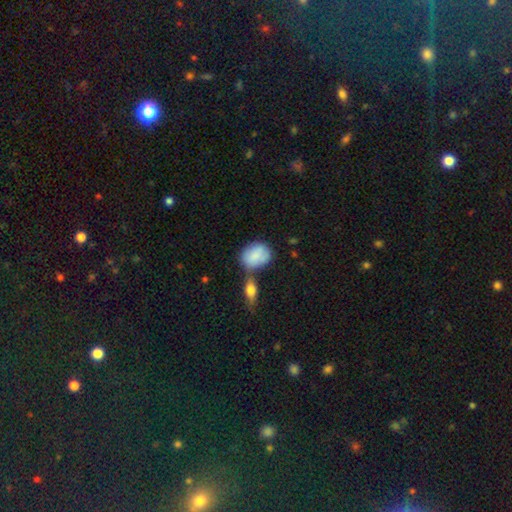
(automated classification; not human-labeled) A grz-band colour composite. It shows a smooth galaxy with no disk features (83%) that is in between round and cigar-shaped (64%). Merging: none (44%).